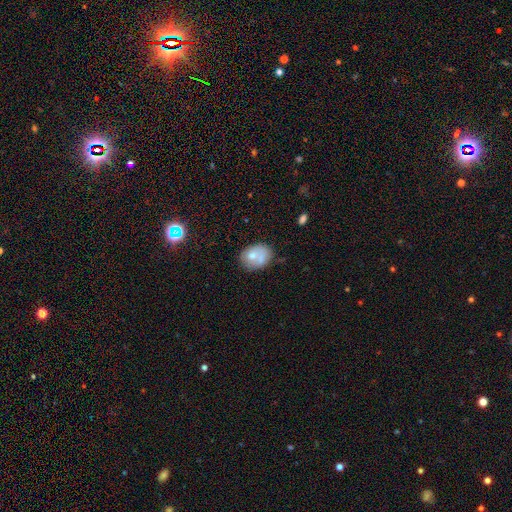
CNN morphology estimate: type=smooth (65%); roundness=in between (66%); merging=none (43%).